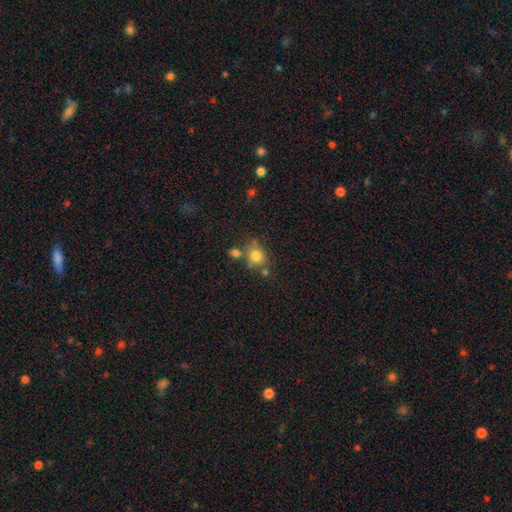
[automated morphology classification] Smooth or featured? Predicted: smooth (p=0.77). How rounded? Predicted: round (p=0.65). Merging? Predicted: none (p=0.58).